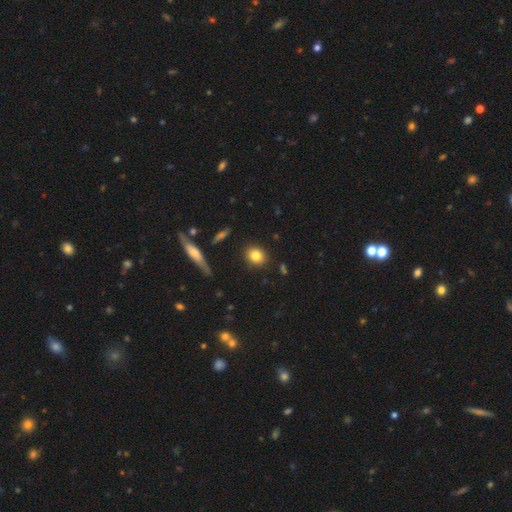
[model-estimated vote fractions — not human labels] A smooth galaxy with no disk features (82%) that is round (66%). Merging: none (88%).